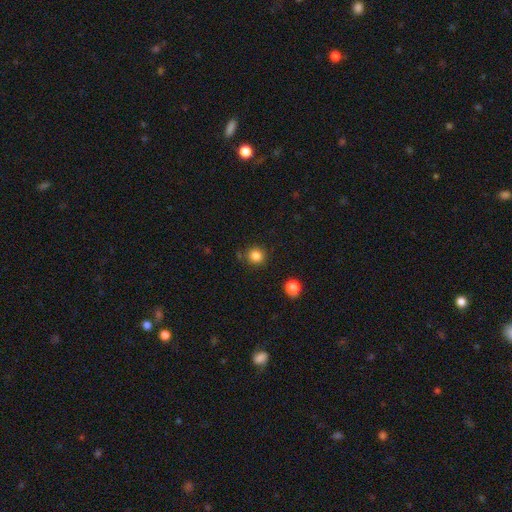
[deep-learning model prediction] Morphology: type=smooth (84%); roundness=round (91%); merging=none (85%).